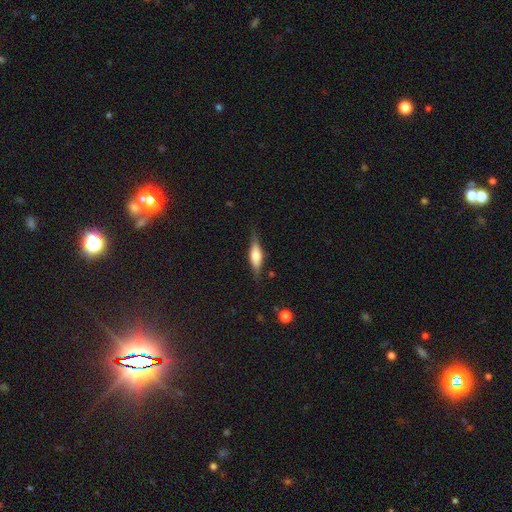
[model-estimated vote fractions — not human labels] smooth 49%, featured or disk 44%, star or artifact 7%. Down the decision tree: merging — none (77%).